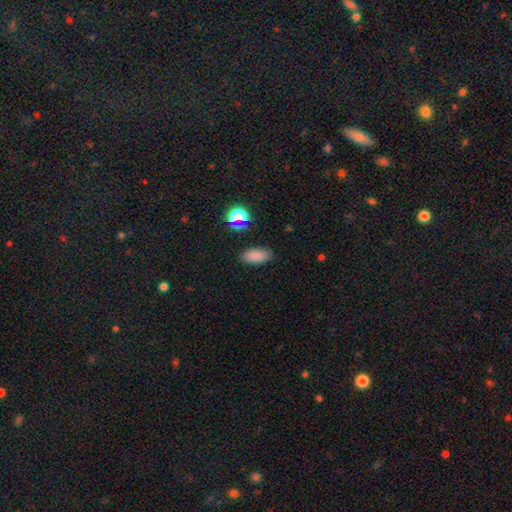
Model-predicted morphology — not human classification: Q: Smooth or featured?
A: smooth (81%); runner-up: star or artifact (14%)
Q: How rounded?
A: in between (88%); runner-up: cigar-shaped (7%)
Q: Merging?
A: none (86%); runner-up: minor disturbance (9%)